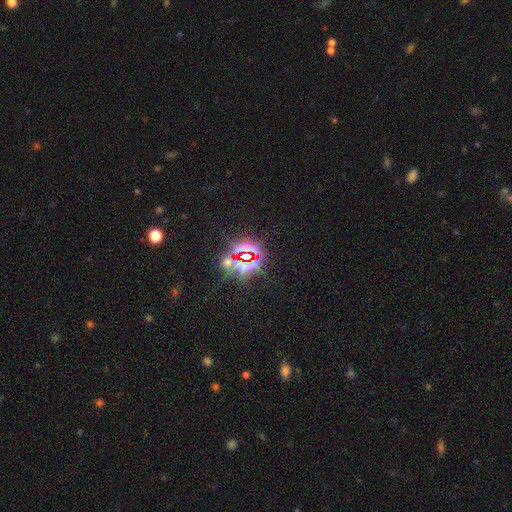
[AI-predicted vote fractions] Smooth or featured? Predicted: star or artifact (p=0.82).